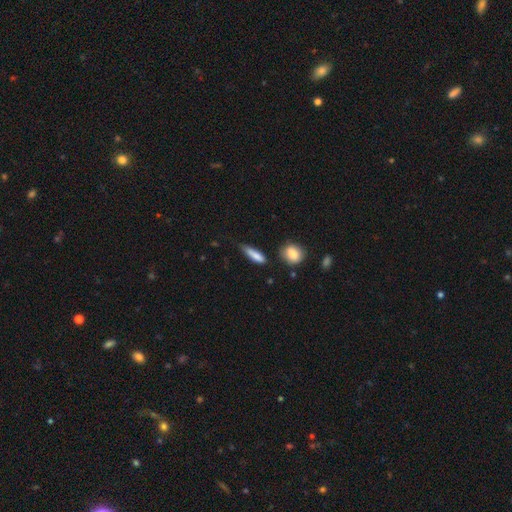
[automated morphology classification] This is likely a smooth galaxy (80%). How rounded: likely cigar-shaped (69%). Merging: possibly none (56%).